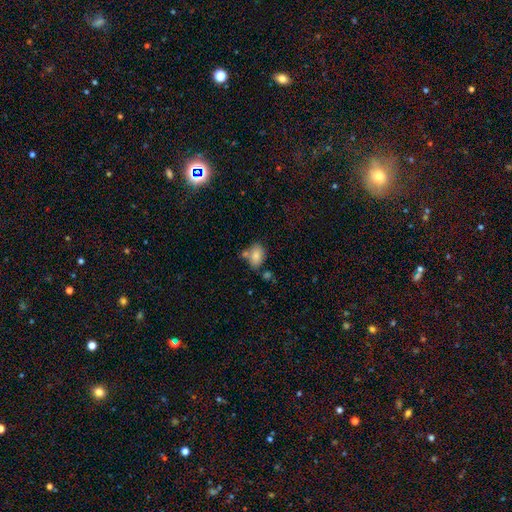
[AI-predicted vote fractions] Smooth or featured?
  - smooth: 81% *
  - featured or disk: 11%
  - star or artifact: 8%
How rounded?
  - in between: 82% *
  - round: 16%
  - cigar-shaped: 2%
Merging?
  - none: 60% *
  - minor disturbance: 18%
  - merger: 17%
  - major disturbance: 5%